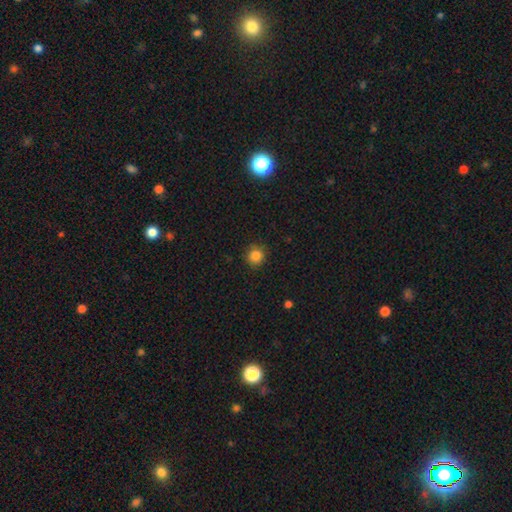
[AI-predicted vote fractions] smooth-or-featured: smooth: 85% | star or artifact: 11% | featured or disk: 4%
  how-rounded: round: 92% | in between: 7% | cigar-shaped: 1%
  merging: none: 88% | minor disturbance: 9% | major disturbance: 2% | merger: 1%